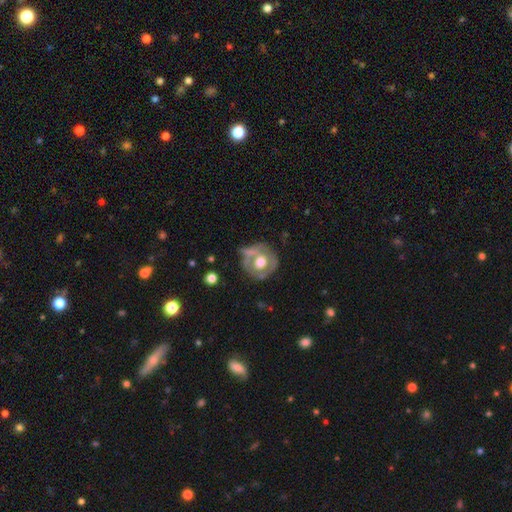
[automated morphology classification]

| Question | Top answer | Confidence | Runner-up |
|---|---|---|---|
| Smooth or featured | featured or disk | 58% | smooth (34%) |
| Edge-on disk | no | 95% | yes (5%) |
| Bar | no | 79% | weak (16%) |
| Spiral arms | no | 72% | yes (28%) |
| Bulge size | moderate | 64% | large (29%) |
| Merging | none | 61% | minor disturbance (20%) |